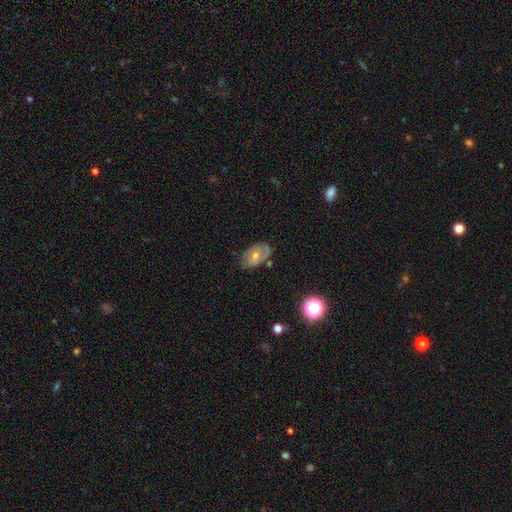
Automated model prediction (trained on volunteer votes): The model was most divided on "smooth or featured": smooth: 46%, featured or disk: 45%, star or artifact: 9%. More confident: merging — none (63%).